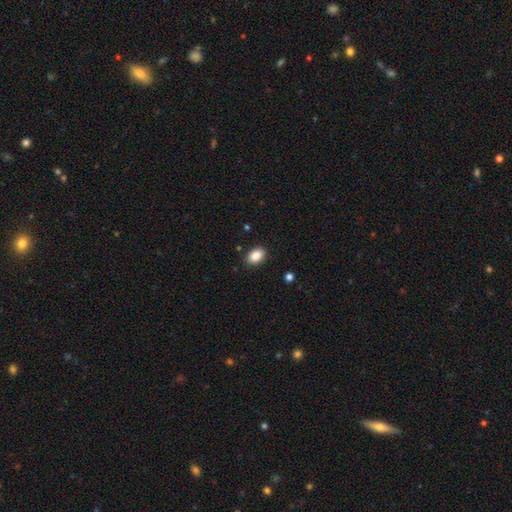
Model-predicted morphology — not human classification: A smooth galaxy with no disk features (89%) that is in between round and cigar-shaped (84%). Merging: none (87%).